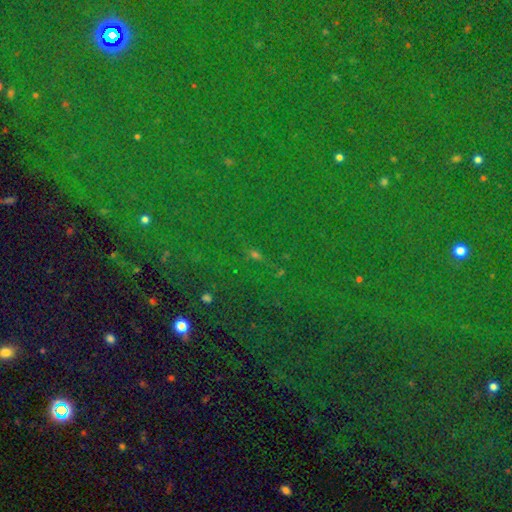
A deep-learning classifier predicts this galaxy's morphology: Q: Smooth or featured?
A: star or artifact (84%); runner-up: smooth (9%)